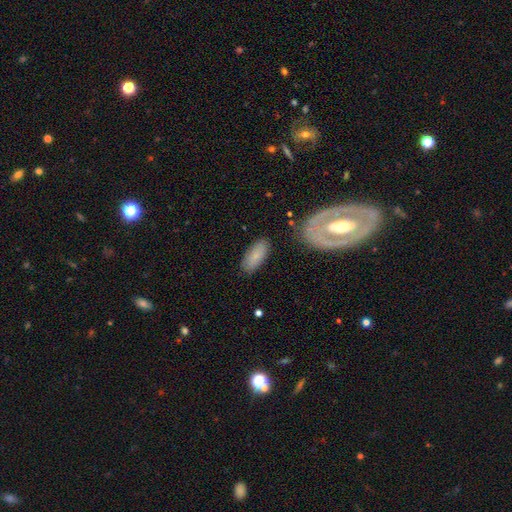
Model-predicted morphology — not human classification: A smooth galaxy with no disk features (77%) that is in between round and cigar-shaped (88%).

Vote fractions:
- Smooth or featured? smooth: 77% / featured or disk: 16% / star or artifact: 7%
- How rounded? in between: 88% / cigar-shaped: 10% / round: 2%
- Merging? none: 80% / minor disturbance: 13% / major disturbance: 4% / merger: 3%